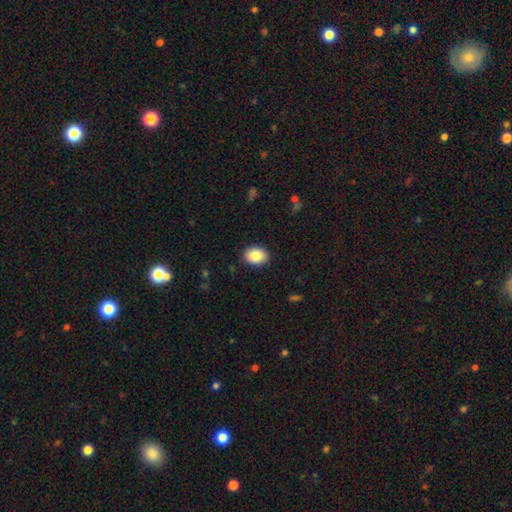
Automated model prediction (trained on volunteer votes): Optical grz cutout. It shows a smooth galaxy with no disk features (86%) that is in between round and cigar-shaped (69%). Merging: none (90%).